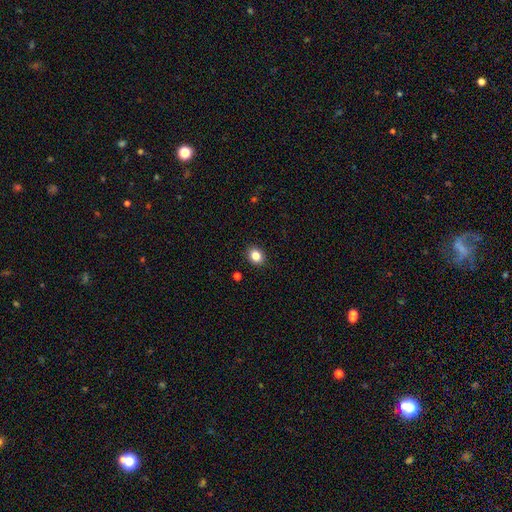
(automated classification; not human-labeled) A smooth galaxy with no disk features (84%) that is round (56%). Merging: none (90%).